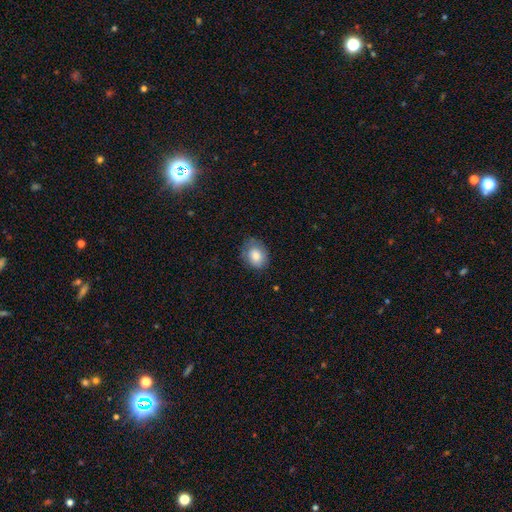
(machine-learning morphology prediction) type=smooth (80%); roundness=in between (53%); merging=none (70%).